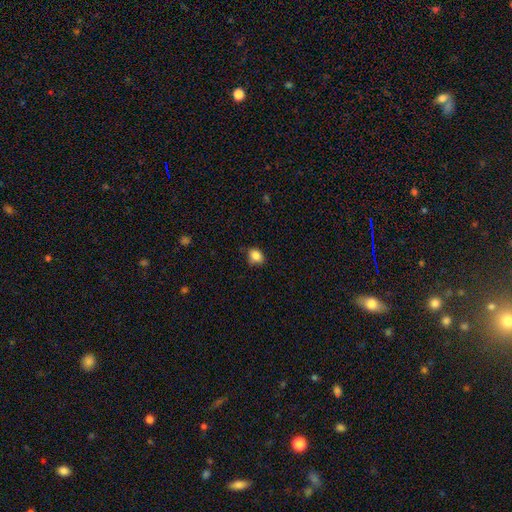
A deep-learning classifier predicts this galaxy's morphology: smooth-or-featured: smooth: 85% | star or artifact: 10% | featured or disk: 5%
  how-rounded: round: 52% | in between: 47% | cigar-shaped: 1%
  merging: none: 73% | minor disturbance: 22% | major disturbance: 4% | merger: 1%